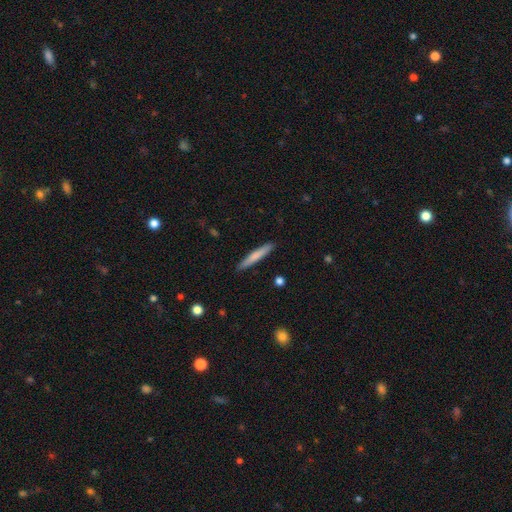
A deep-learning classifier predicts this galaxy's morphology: Overall: smooth (73%). How rounded: cigar-shaped (95%). Merging: none (90%).